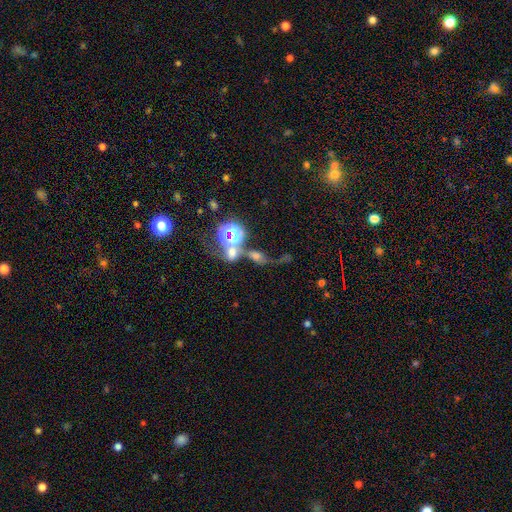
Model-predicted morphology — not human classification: smooth-or-featured: smooth: 45% | star or artifact: 33% | featured or disk: 22%
  merging: merger: 37% | none: 32% | major disturbance: 18% | minor disturbance: 13%